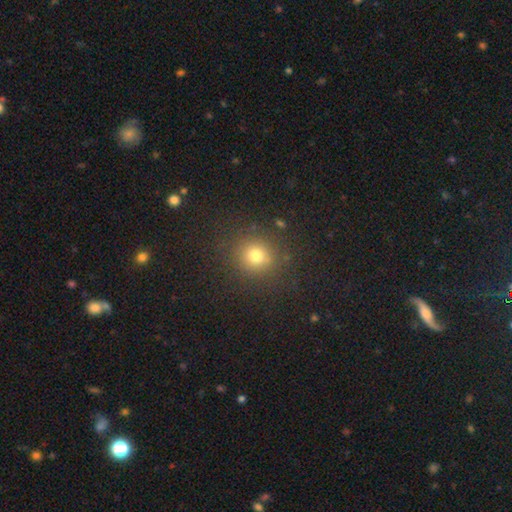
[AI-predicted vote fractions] Q: Smooth or featured?
A: smooth (75%); runner-up: star or artifact (18%)
Q: How rounded?
A: round (88%); runner-up: in between (11%)
Q: Merging?
A: none (87%); runner-up: minor disturbance (8%)